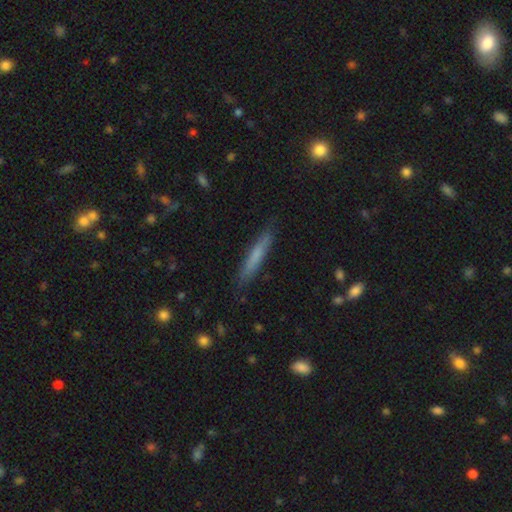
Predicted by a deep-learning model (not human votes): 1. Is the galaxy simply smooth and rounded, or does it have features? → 65% smooth, 28% featured or disk, 7% star or artifact.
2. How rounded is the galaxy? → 94% cigar-shaped, 5% in between, 1% round.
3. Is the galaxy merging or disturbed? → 86% none, 10% minor disturbance, 2% major disturbance, 1% merger.